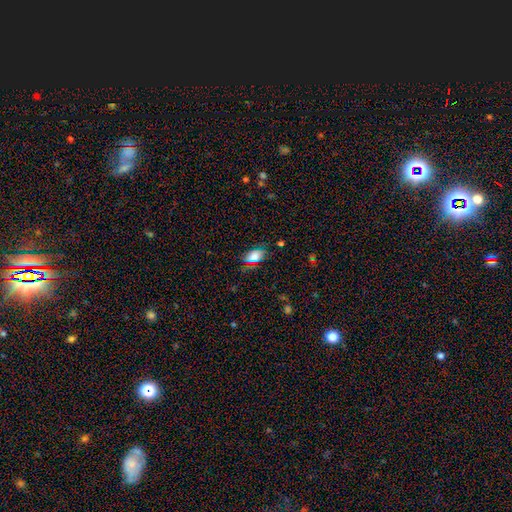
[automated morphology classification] Q: Smooth or featured?
A: smooth (69%); runner-up: star or artifact (20%)
Q: How rounded?
A: in between (88%); runner-up: round (8%)
Q: Merging?
A: none (75%); runner-up: minor disturbance (17%)